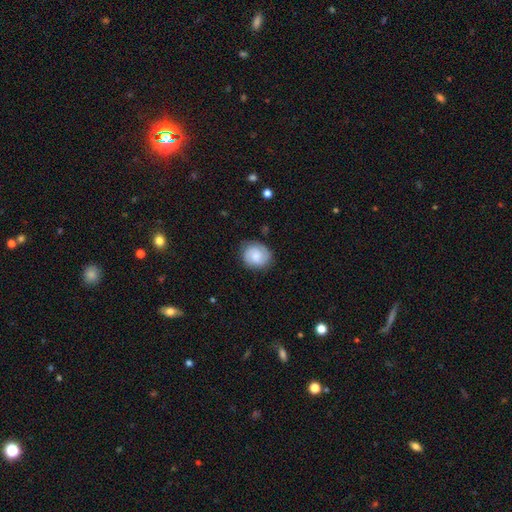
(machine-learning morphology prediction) Smooth or featured? Predicted: smooth (p=0.55). How rounded? Predicted: round (p=0.72). Merging? Predicted: none (p=0.79).